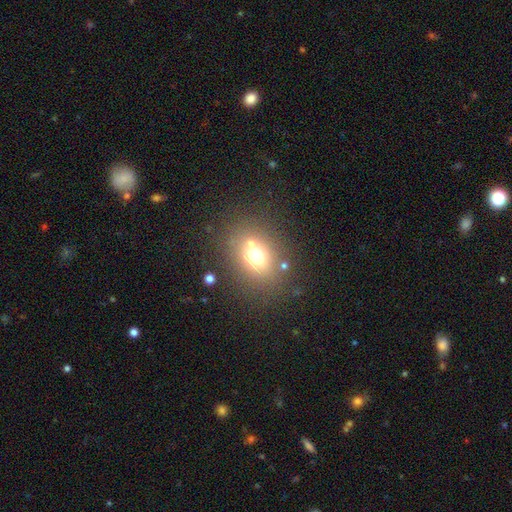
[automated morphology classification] smooth-or-featured: smooth: 67% | star or artifact: 18% | featured or disk: 15%
  how-rounded: round: 53% | in between: 46% | cigar-shaped: 1%
  merging: none: 70% | merger: 12% | minor disturbance: 11% | major disturbance: 6%